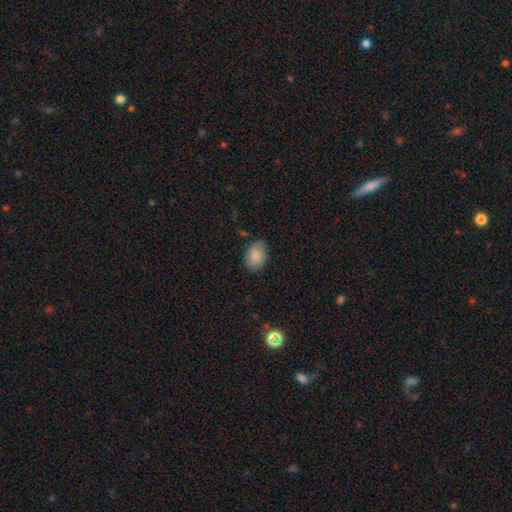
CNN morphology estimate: This is clearly a smooth galaxy (86%). How rounded: likely in between (79%). Merging: likely none (78%).